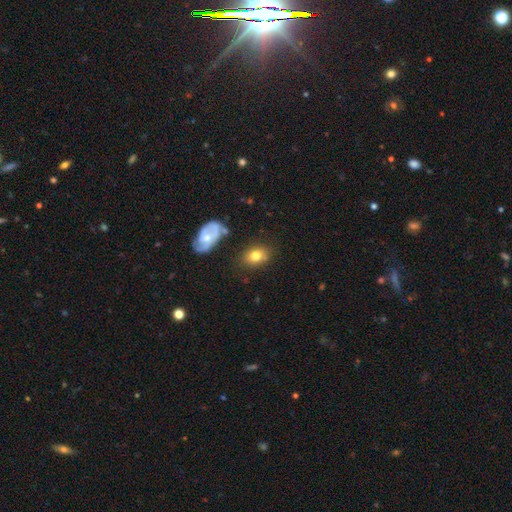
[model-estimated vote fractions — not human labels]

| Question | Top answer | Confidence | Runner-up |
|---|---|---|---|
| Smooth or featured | smooth | 75% | featured or disk (16%) |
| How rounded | in between | 70% | round (28%) |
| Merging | none | 75% | minor disturbance (16%) |